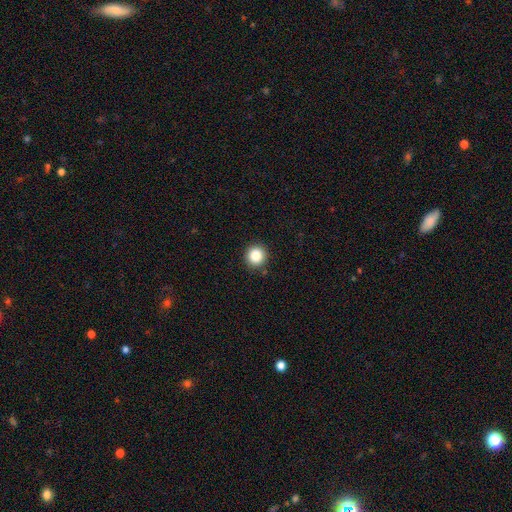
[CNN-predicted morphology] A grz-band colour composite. It shows a smooth galaxy with no disk features (85%) that is round (93%). Merging: none (91%).